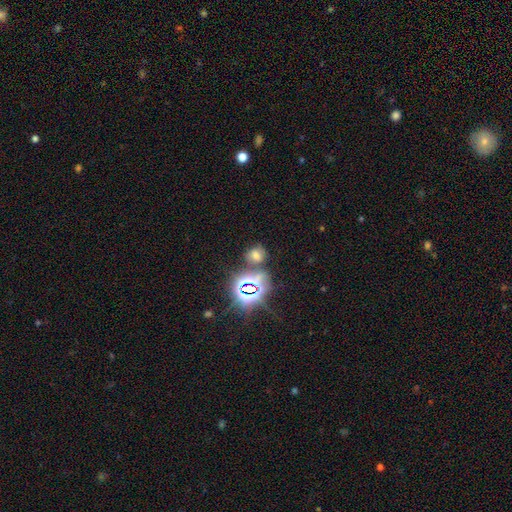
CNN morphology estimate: type=smooth (46%); merging=none (62%).